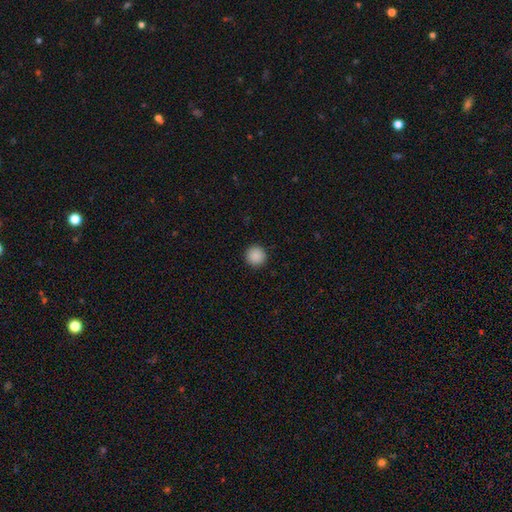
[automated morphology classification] Smooth or featured: smooth — 89% (star or artifact — 9%)
How rounded: round — 96% (in between — 3%)
Merging: none — 93% (minor disturbance — 4%)